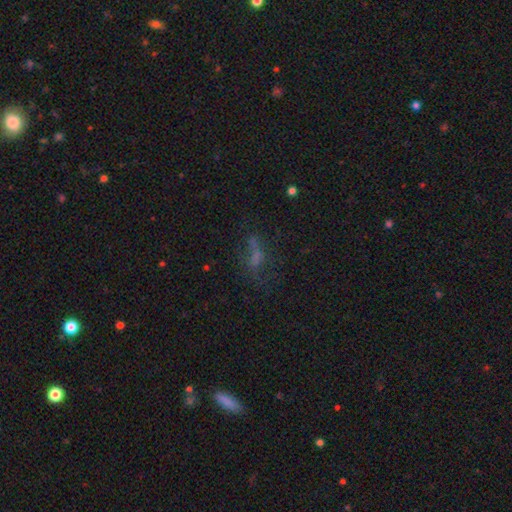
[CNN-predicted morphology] This is marginally a smooth galaxy (39%). Merging: possibly none (46%).